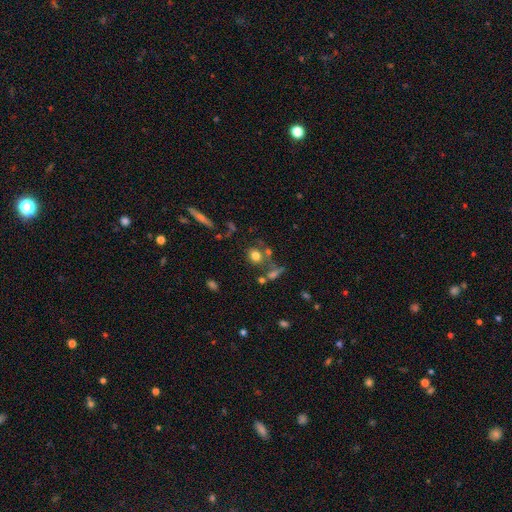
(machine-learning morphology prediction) Smooth or featured: smooth — 74% (star or artifact — 14%)
How rounded: round — 75% (in between — 23%)
Merging: none — 63% (merger — 19%)